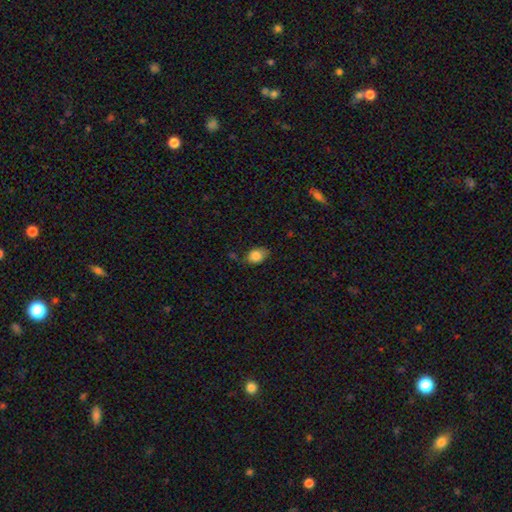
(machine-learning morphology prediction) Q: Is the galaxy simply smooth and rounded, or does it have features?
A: smooth — 84%.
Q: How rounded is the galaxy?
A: in between — 74%.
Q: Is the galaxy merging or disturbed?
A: none — 62%.